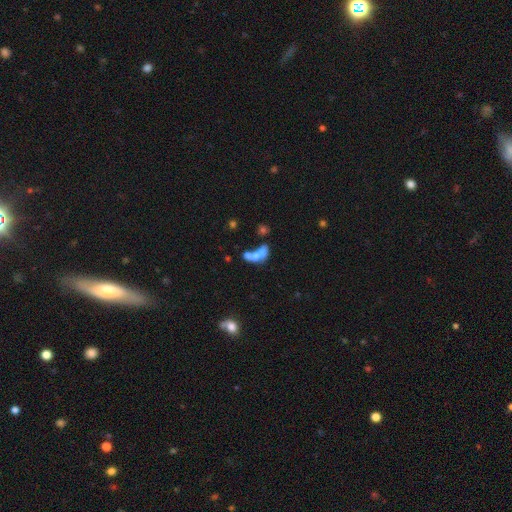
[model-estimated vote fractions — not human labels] smooth-or-featured: smooth: 50% | featured or disk: 36% | star or artifact: 15%
  merging: merger: 63% | none: 18% | major disturbance: 11% | minor disturbance: 8%